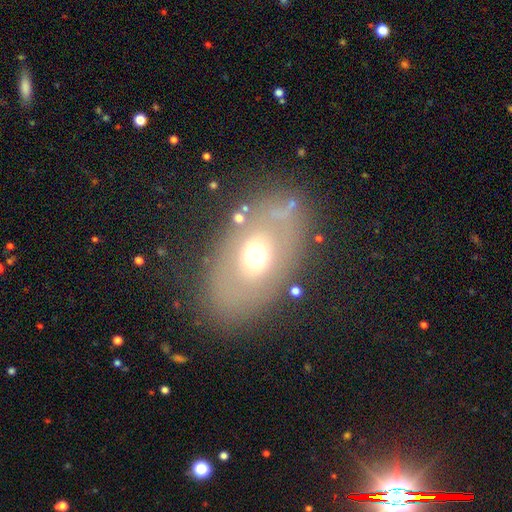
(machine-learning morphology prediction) This is possibly a smooth galaxy (48%). Merging: likely none (77%).